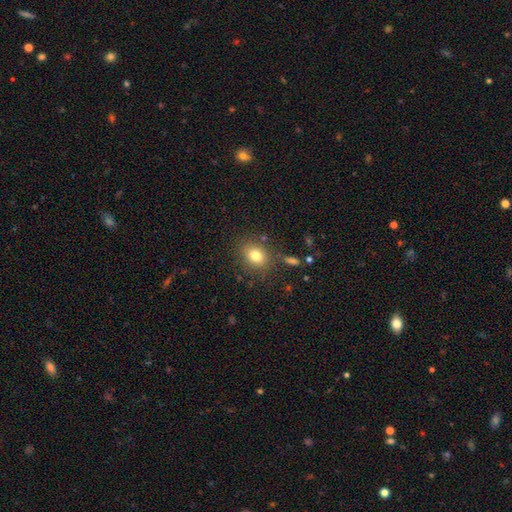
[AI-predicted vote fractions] Smooth or featured? Predicted: smooth (p=0.79). How rounded? Predicted: round (p=0.51). Merging? Predicted: none (p=0.81).